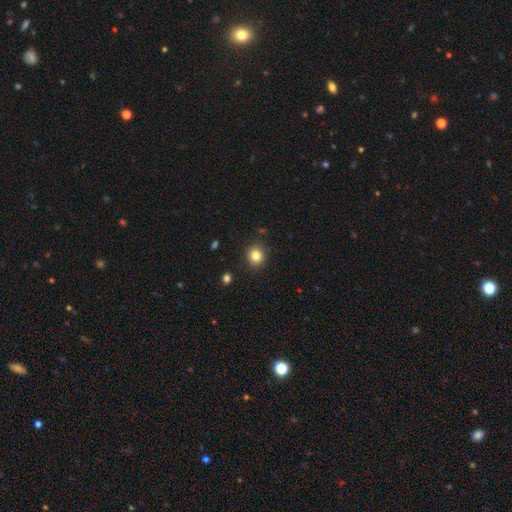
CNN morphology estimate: type=smooth (82%); roundness=round (87%); merging=none (89%).